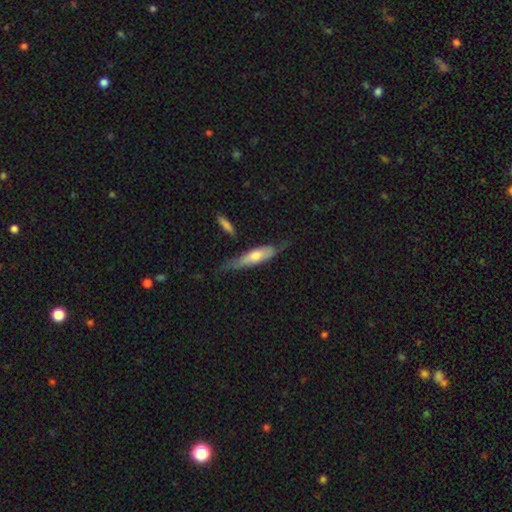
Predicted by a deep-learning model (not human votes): This is possibly a smooth galaxy (52%). How rounded: possibly cigar-shaped (58%). Merging: possibly none (50%).